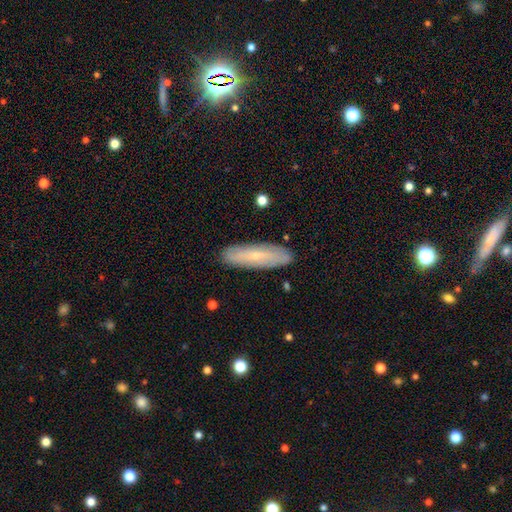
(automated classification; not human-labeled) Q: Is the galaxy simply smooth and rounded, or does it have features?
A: smooth — 49%.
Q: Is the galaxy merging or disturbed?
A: none — 88%.